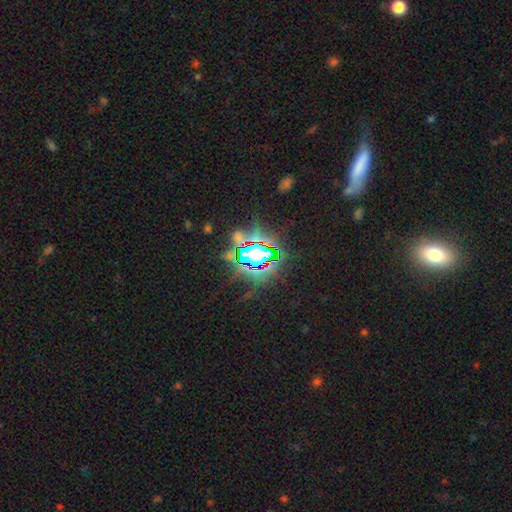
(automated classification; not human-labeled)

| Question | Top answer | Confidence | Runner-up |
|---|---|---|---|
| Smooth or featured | star or artifact | 79% | smooth (12%) |